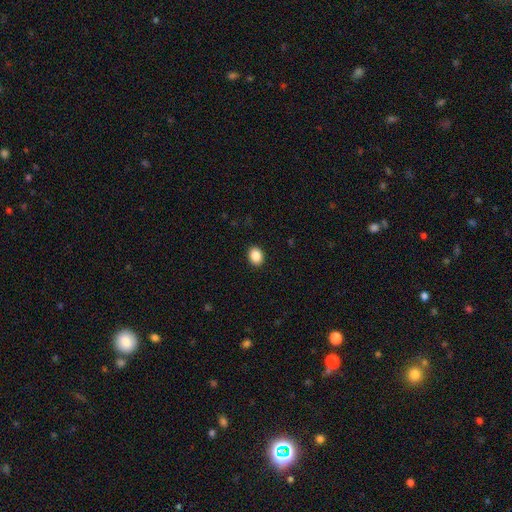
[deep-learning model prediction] A smooth galaxy with no disk features (87%) that is in between round and cigar-shaped (53%).

Vote fractions:
- Smooth or featured? smooth: 87% / star or artifact: 9% / featured or disk: 4%
- How rounded? in between: 53% / round: 46% / cigar-shaped: 1%
- Merging? none: 91% / minor disturbance: 6% / major disturbance: 2% / merger: 1%